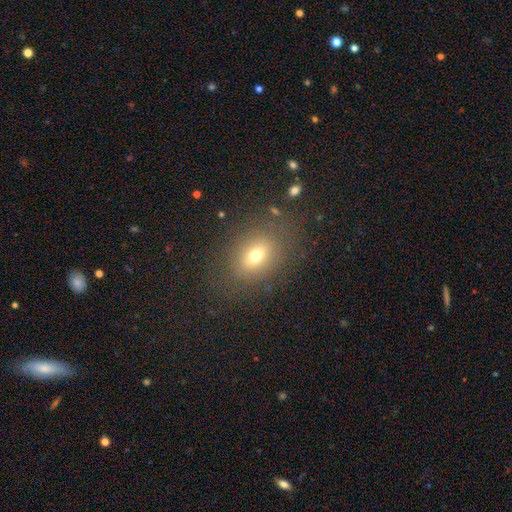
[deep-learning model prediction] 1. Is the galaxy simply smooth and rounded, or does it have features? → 66% smooth, 18% featured or disk, 15% star or artifact.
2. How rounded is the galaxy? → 63% in between, 35% round, 2% cigar-shaped.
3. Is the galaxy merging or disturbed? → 79% none, 12% minor disturbance, 7% major disturbance, 2% merger.